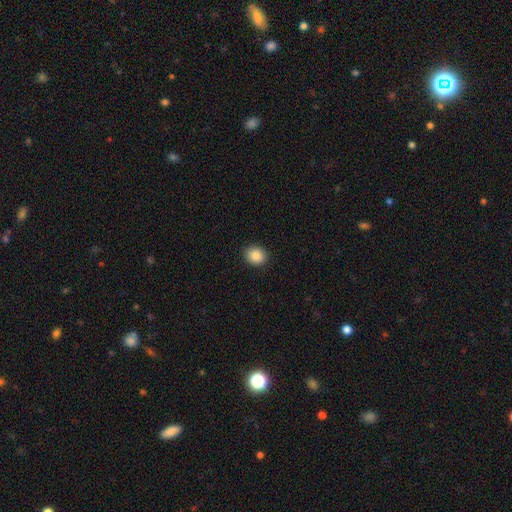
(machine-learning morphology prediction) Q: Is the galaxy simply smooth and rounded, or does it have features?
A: smooth — 87%.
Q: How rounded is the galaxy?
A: round — 62%.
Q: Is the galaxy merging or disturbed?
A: none — 90%.